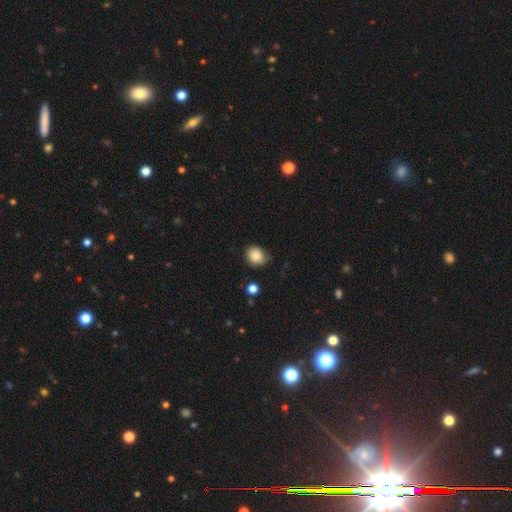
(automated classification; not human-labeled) smooth-or-featured: smooth: 85% | star or artifact: 9% | featured or disk: 6%
  how-rounded: round: 72% | in between: 27% | cigar-shaped: 1%
  merging: none: 70% | minor disturbance: 23% | major disturbance: 5% | merger: 2%